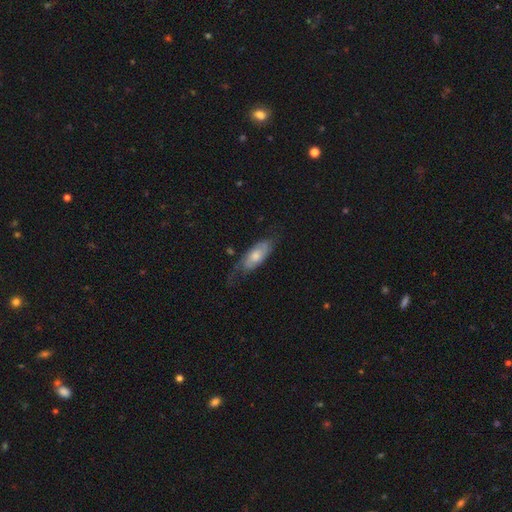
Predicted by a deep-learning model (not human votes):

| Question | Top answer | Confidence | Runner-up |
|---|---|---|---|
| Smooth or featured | featured or disk | 52% | smooth (42%) |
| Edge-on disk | no | 82% | yes (18%) |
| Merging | none | 49% | minor disturbance (28%) |